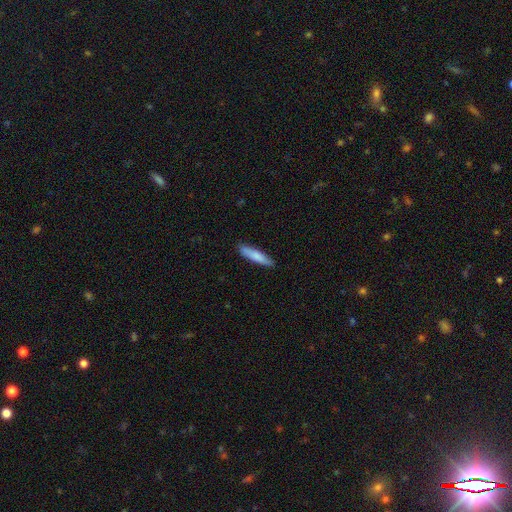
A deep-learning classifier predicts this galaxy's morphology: Smooth or featured: smooth — 81% (featured or disk — 14%)
How rounded: cigar-shaped — 82% (in between — 17%)
Merging: none — 86% (minor disturbance — 11%)